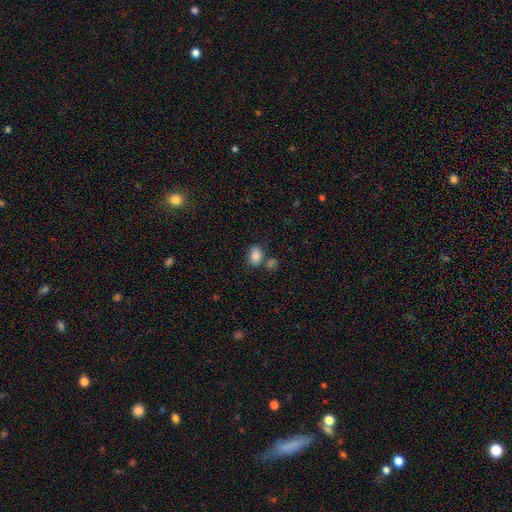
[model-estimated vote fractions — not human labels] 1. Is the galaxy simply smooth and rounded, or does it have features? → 86% smooth, 9% star or artifact, 6% featured or disk.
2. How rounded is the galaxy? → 80% in between, 18% round, 1% cigar-shaped.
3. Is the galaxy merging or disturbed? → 60% none, 21% merger, 14% minor disturbance, 5% major disturbance.